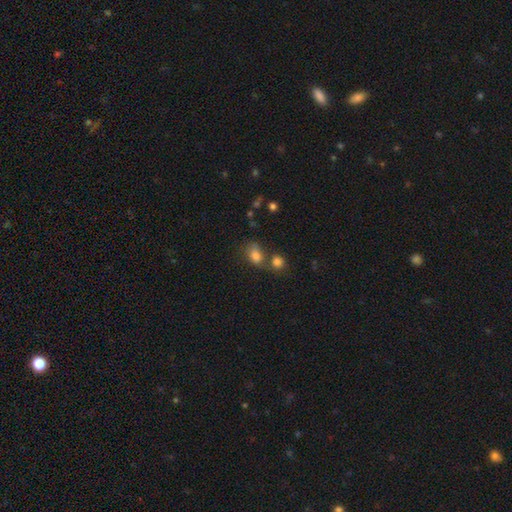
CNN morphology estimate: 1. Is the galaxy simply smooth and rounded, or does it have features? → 79% smooth, 12% star or artifact, 9% featured or disk.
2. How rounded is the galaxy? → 72% in between, 26% round, 2% cigar-shaped.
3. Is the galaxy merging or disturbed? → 41% none, 33% merger, 17% minor disturbance, 8% major disturbance.